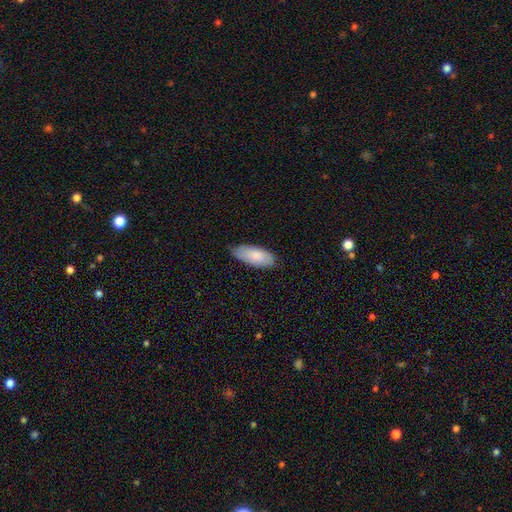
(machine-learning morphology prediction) Q: Smooth or featured?
A: smooth (79%); runner-up: featured or disk (15%)
Q: How rounded?
A: in between (86%); runner-up: cigar-shaped (12%)
Q: Merging?
A: none (77%); runner-up: minor disturbance (19%)